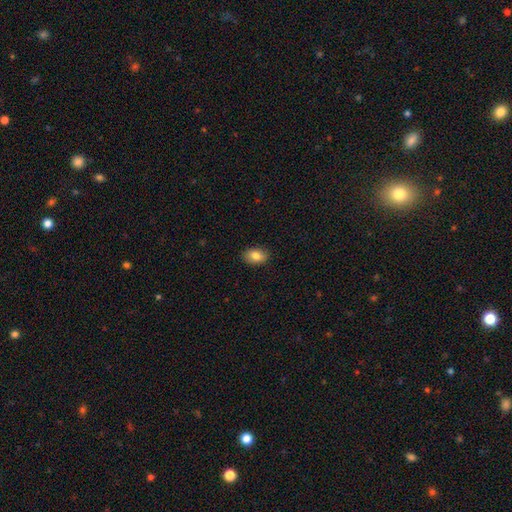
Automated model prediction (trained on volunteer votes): A smooth galaxy with no disk features (86%) that is in between round and cigar-shaped (88%). Merging: none (88%).